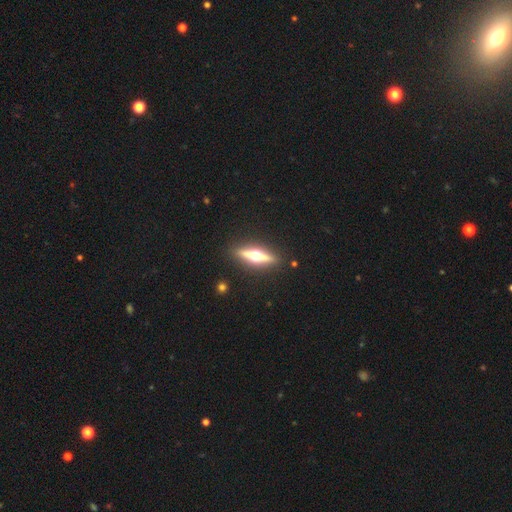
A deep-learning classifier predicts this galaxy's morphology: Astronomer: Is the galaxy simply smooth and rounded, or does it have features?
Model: featured or disk — 77%.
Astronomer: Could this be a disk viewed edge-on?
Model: yes — 97%.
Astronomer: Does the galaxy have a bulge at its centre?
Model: rounded — 96%.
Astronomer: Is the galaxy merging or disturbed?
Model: none — 90%.